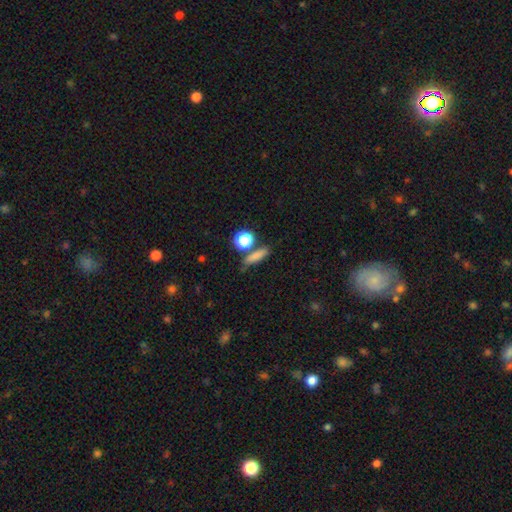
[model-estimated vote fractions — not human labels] smooth-or-featured: smooth: 76% | star or artifact: 13% | featured or disk: 11%
  how-rounded: cigar-shaped: 49% | in between: 30% | round: 20%
  merging: none: 71% | merger: 12% | minor disturbance: 12% | major disturbance: 4%